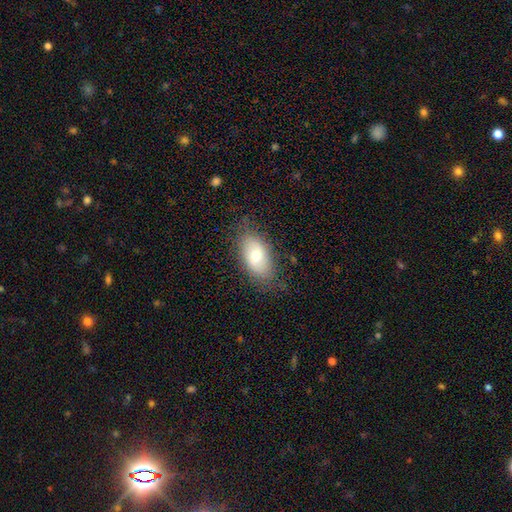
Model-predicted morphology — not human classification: Overall: smooth (71%). How rounded: in between (92%). Merging: none (77%).